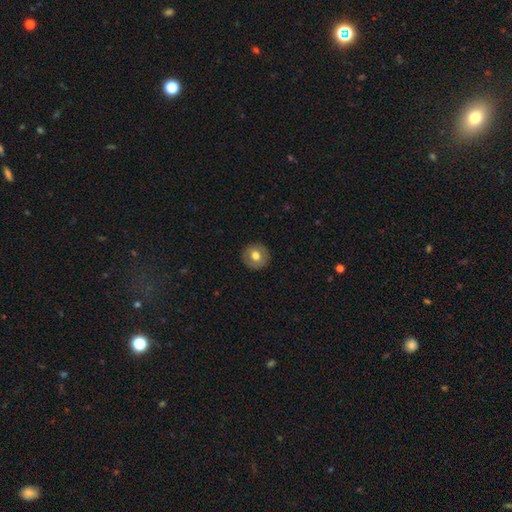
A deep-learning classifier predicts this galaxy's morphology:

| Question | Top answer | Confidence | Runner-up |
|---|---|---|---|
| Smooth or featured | smooth | 69% | featured or disk (23%) |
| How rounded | round | 93% | in between (6%) |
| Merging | none | 90% | minor disturbance (7%) |